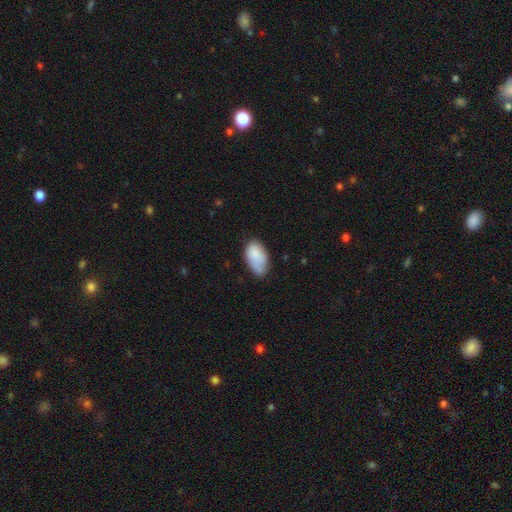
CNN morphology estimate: Smooth or featured? smooth (82%)
How rounded? in between (94%)
Merging? none (54%)